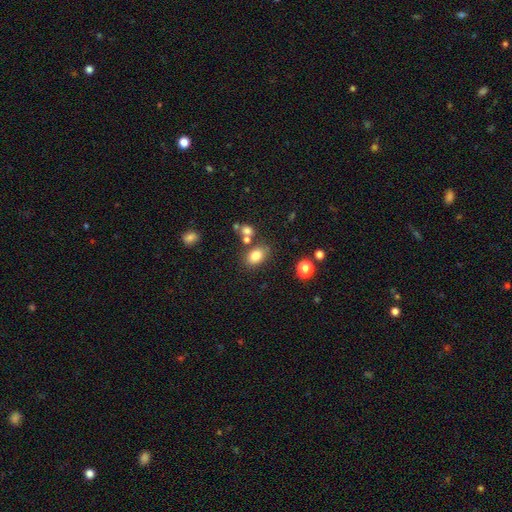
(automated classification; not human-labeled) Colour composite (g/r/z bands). It shows a smooth galaxy with no disk features (80%) that is in between round and cigar-shaped (72%). Merging: none (70%).